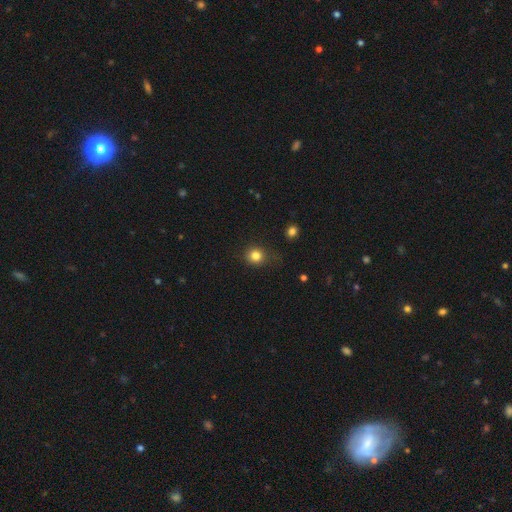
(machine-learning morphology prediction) Q: Smooth or featured?
A: smooth (82%); runner-up: star or artifact (12%)
Q: How rounded?
A: round (87%); runner-up: in between (12%)
Q: Merging?
A: none (80%); runner-up: minor disturbance (14%)